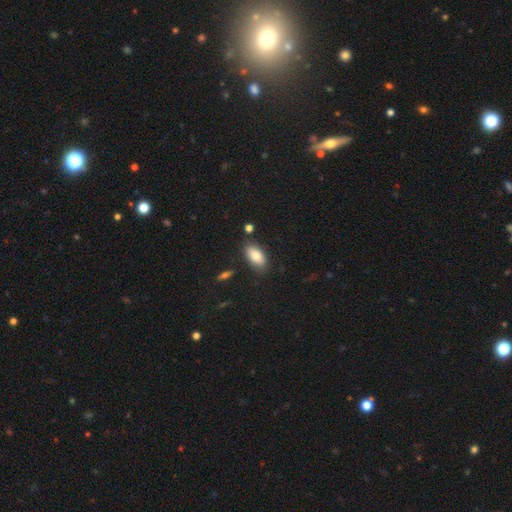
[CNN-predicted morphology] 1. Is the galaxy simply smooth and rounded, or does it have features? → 81% smooth, 12% featured or disk, 7% star or artifact.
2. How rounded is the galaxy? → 92% in between, 4% round, 4% cigar-shaped.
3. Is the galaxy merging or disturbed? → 83% none, 11% minor disturbance, 4% merger, 3% major disturbance.